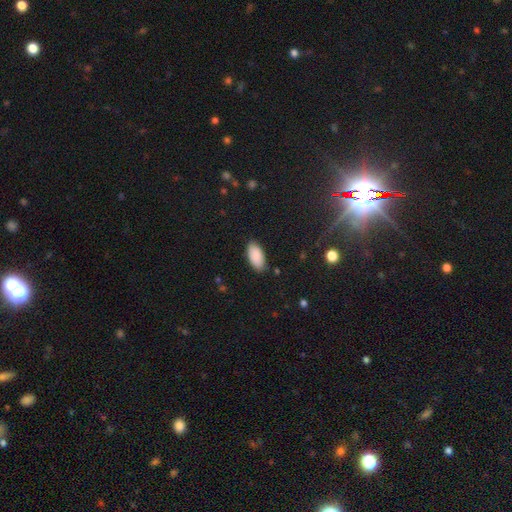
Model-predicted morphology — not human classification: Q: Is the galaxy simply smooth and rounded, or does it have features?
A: smooth — 90%.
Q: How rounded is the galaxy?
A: in between — 94%.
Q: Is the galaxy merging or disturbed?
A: none — 85%.